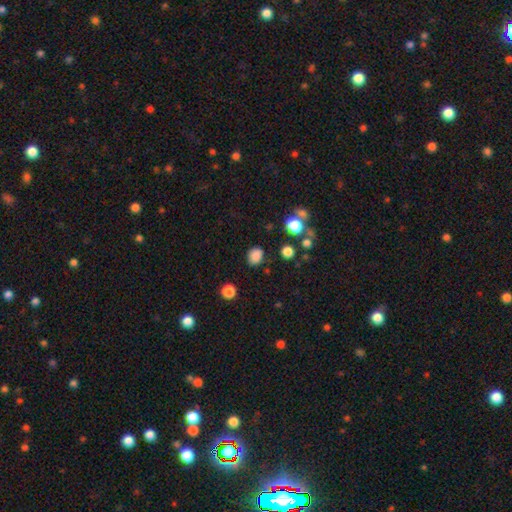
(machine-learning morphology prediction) This is clearly a smooth galaxy (83%). How rounded: possibly in between (50%). Merging: likely none (78%).